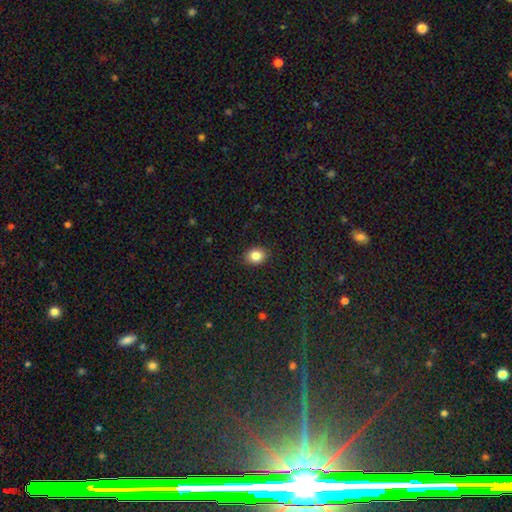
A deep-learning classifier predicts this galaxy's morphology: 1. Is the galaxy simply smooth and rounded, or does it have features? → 85% smooth, 9% star or artifact, 6% featured or disk.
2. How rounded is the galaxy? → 51% round, 48% in between, 1% cigar-shaped.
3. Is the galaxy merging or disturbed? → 89% none, 8% minor disturbance, 2% major disturbance, 1% merger.